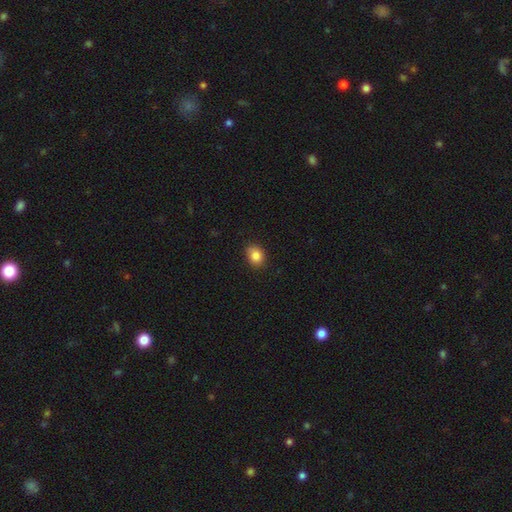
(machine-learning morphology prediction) This is clearly a smooth galaxy (85%). How rounded: possibly round (52%). Merging: clearly none (83%).